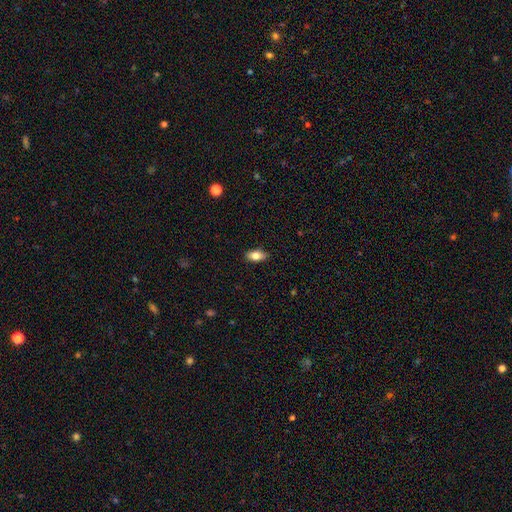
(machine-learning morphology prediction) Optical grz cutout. It shows a smooth galaxy with no disk features (79%) that is in between round and cigar-shaped (88%). Merging: none (88%).